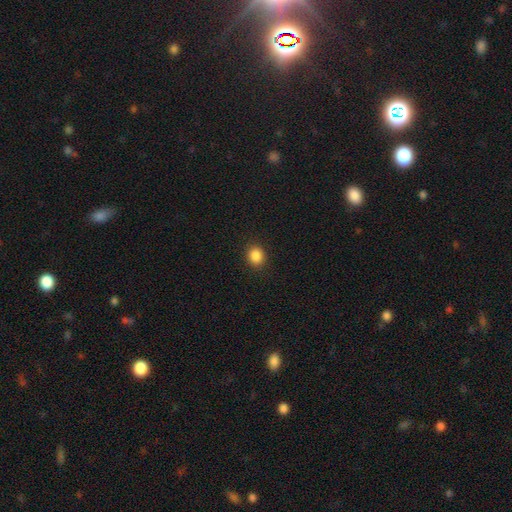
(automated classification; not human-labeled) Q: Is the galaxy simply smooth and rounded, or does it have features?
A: smooth — 87%.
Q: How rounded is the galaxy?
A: round — 67%.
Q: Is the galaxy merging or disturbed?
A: none — 90%.